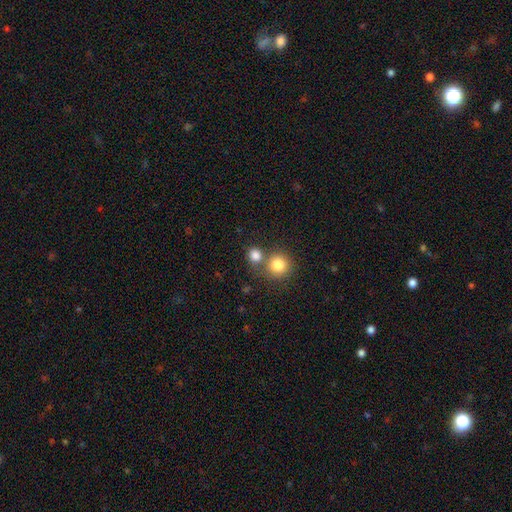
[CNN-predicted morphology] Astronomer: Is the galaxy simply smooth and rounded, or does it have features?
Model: smooth — 82%.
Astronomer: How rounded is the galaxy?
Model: round — 83%.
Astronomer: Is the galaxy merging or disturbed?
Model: none — 58%.